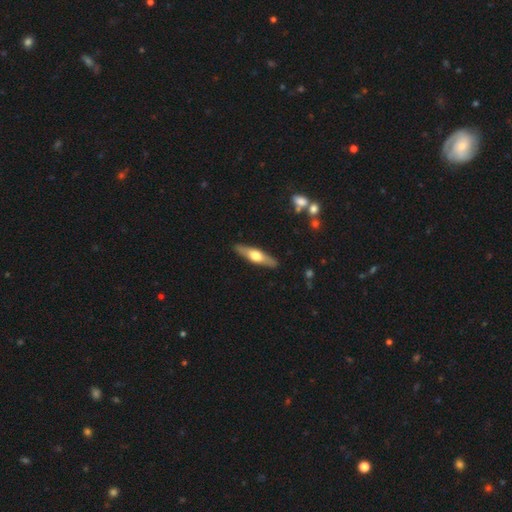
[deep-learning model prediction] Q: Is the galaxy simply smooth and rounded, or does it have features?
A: featured or disk — 59%.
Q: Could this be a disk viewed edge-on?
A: yes — 93%.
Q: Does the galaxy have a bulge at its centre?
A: rounded — 93%.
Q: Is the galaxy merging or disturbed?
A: none — 90%.